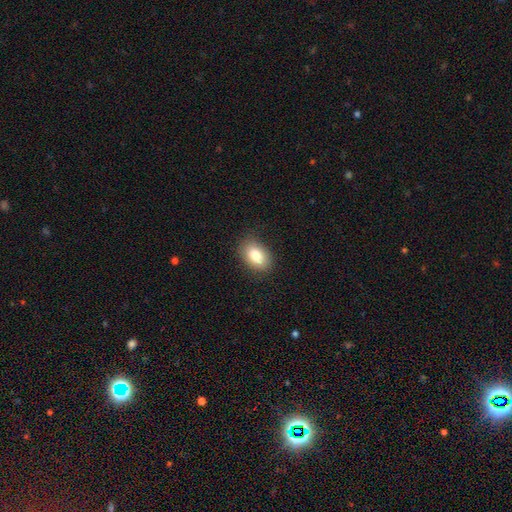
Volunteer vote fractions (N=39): Morphology: type=smooth (85%); roundness=in between (88%); merging=none (84%).